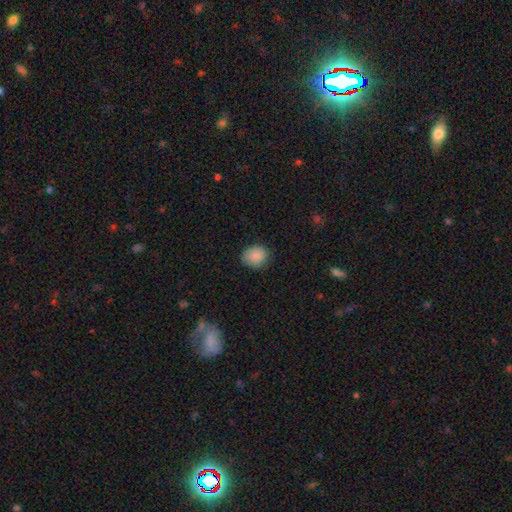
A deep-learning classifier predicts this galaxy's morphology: Overall: smooth (87%). How rounded: round (70%). Merging: none (84%).